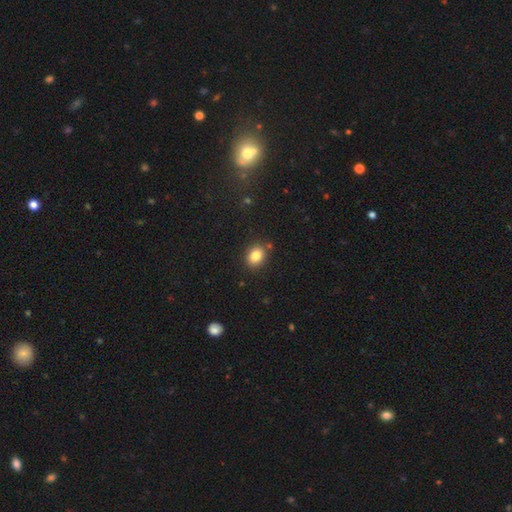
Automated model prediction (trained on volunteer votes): smooth 83%, star or artifact 10%, featured or disk 6%. Down the decision tree: how rounded — in between (50%); merging — none (84%).